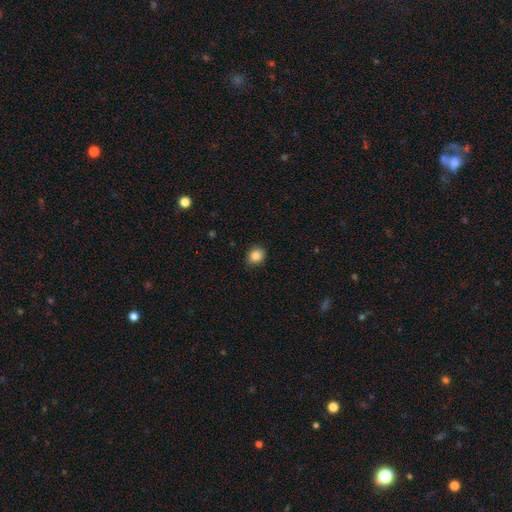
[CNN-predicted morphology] The model was most divided on "how rounded": round: 71%, in between: 28%, cigar-shaped: 1%. More confident: merging — none (89%); smooth or featured — smooth (87%).